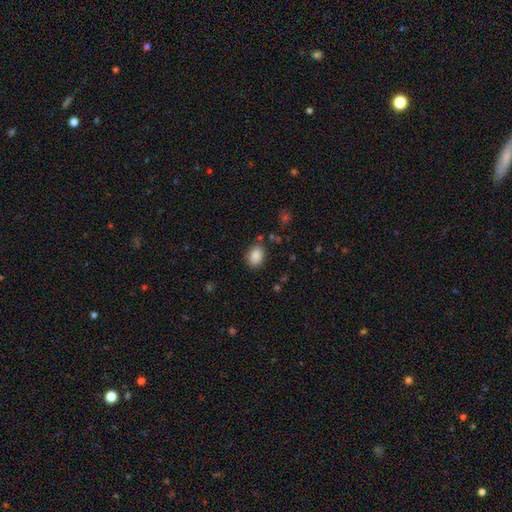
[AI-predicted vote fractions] A smooth galaxy with no disk features (87%) that is in between round and cigar-shaped (74%). Merging: none (80%).